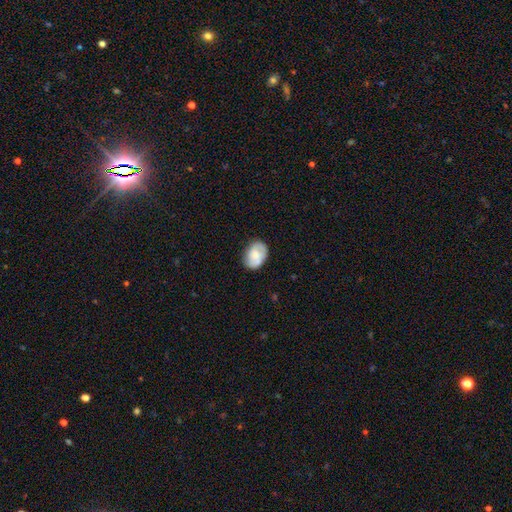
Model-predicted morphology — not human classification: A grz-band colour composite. It shows a smooth galaxy with no disk features (61%) that is in between round and cigar-shaped (78%). Merging: none (71%).